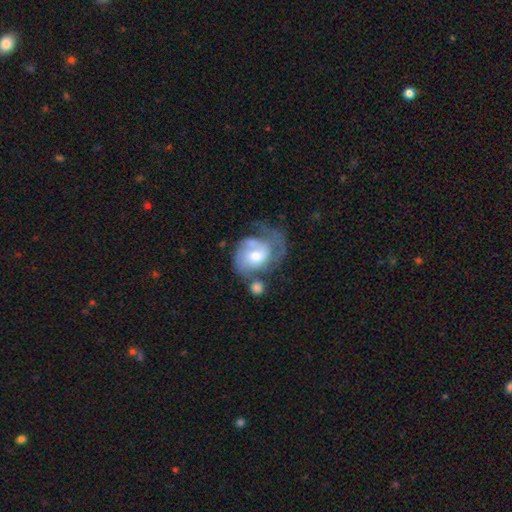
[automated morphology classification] Q: Smooth or featured?
A: featured or disk (70%); runner-up: smooth (24%)
Q: Edge-on disk?
A: no (97%); runner-up: yes (3%)
Q: Bar?
A: no (62%); runner-up: weak (33%)
Q: Spiral arms?
A: yes (83%); runner-up: no (17%)
Q: Spiral winding?
A: tight (43%); runner-up: medium (38%)
Q: Spiral arm count?
A: 2 (38%); runner-up: 1 (26%)
Q: Bulge size?
A: moderate (64%); runner-up: small (20%)
Q: Merging?
A: major disturbance (31%); runner-up: none (29%)